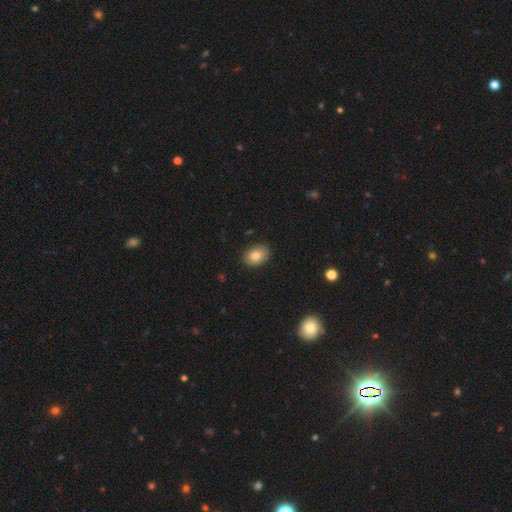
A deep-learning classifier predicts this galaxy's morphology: type=smooth (82%); roundness=in between (79%); merging=none (86%).